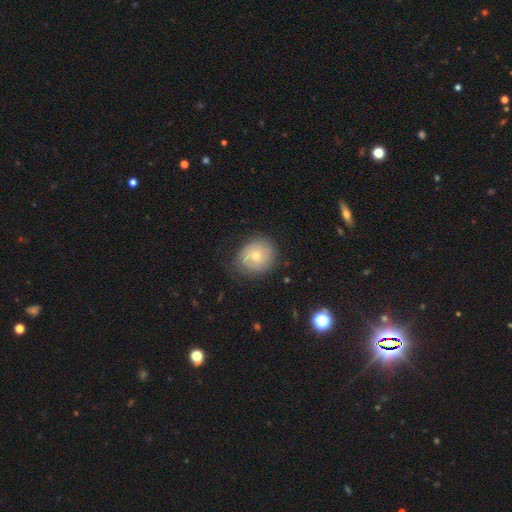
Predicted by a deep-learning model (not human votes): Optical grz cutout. It shows a smooth galaxy with no disk features (49%). Merging: none (76%).